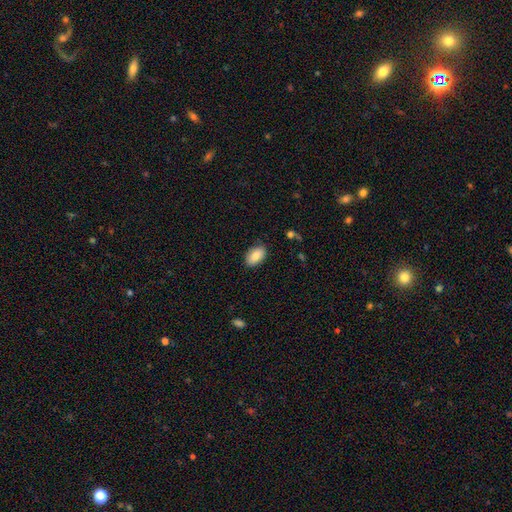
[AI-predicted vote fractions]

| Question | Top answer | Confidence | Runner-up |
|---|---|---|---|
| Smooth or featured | smooth | 83% | featured or disk (10%) |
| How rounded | in between | 91% | round (7%) |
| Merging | none | 85% | minor disturbance (11%) |